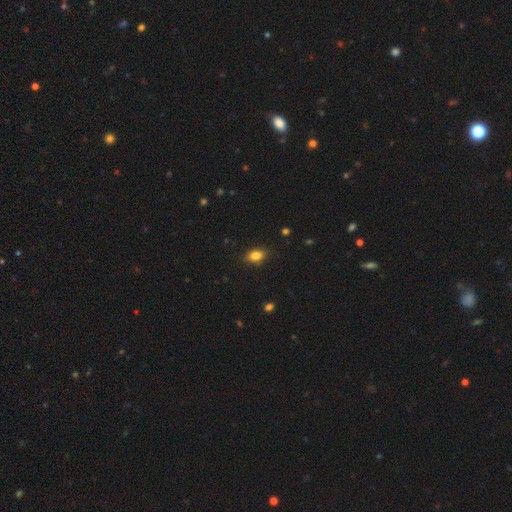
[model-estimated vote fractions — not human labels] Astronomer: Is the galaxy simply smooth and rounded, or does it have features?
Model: smooth — 83%.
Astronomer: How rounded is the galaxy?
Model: in between — 77%.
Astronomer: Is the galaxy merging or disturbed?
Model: none — 85%.